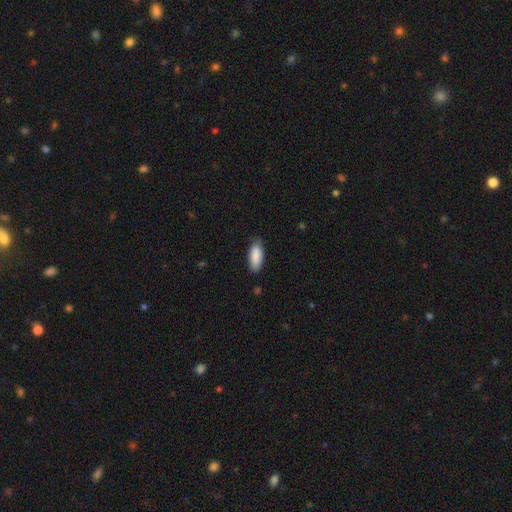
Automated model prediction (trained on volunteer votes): smooth 89%, star or artifact 6%, featured or disk 5%. Down the decision tree: how rounded — in between (78%); merging — none (81%).